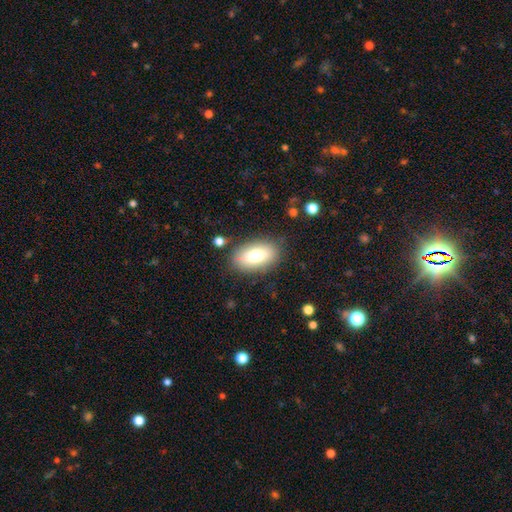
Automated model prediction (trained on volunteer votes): Q: Smooth or featured?
A: smooth (76%); runner-up: featured or disk (16%)
Q: How rounded?
A: in between (91%); runner-up: round (6%)
Q: Merging?
A: none (82%); runner-up: minor disturbance (12%)